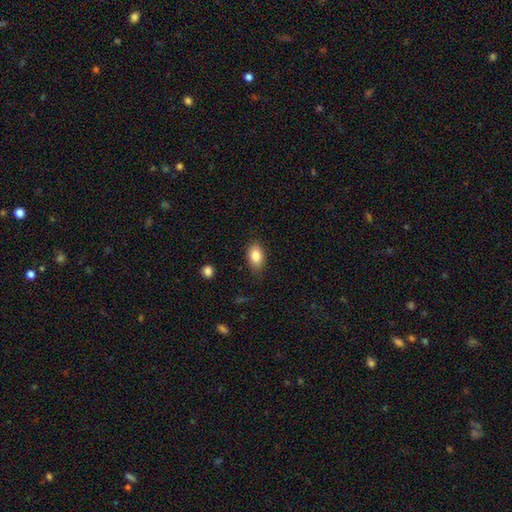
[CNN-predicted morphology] This is clearly a smooth galaxy (84%). How rounded: clearly in between (88%). Merging: clearly none (81%).